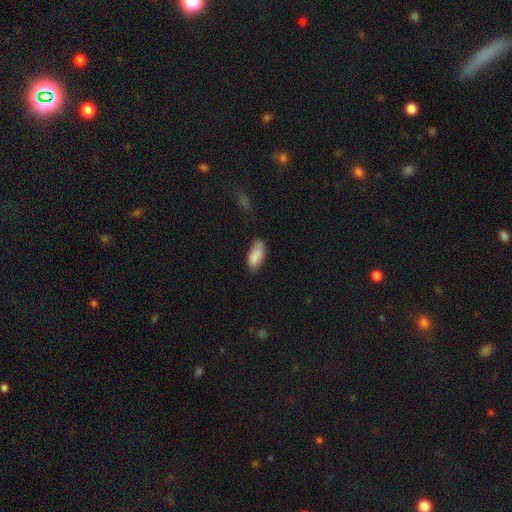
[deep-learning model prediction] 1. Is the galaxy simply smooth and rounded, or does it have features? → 85% smooth, 8% featured or disk, 7% star or artifact.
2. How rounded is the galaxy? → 90% in between, 7% cigar-shaped, 3% round.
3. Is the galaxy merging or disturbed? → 60% none, 29% minor disturbance, 7% major disturbance, 3% merger.